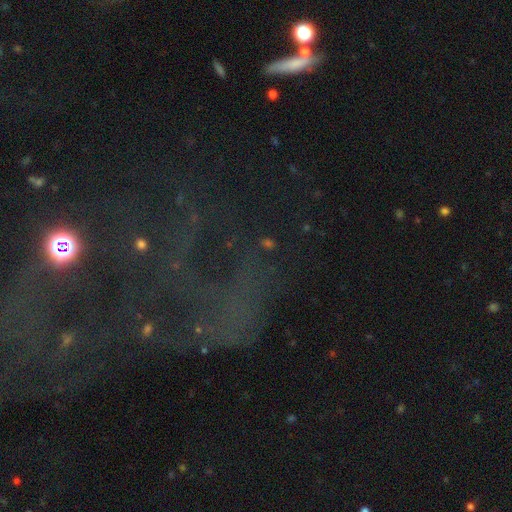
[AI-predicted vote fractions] Morphology: type=star or artifact (58%).